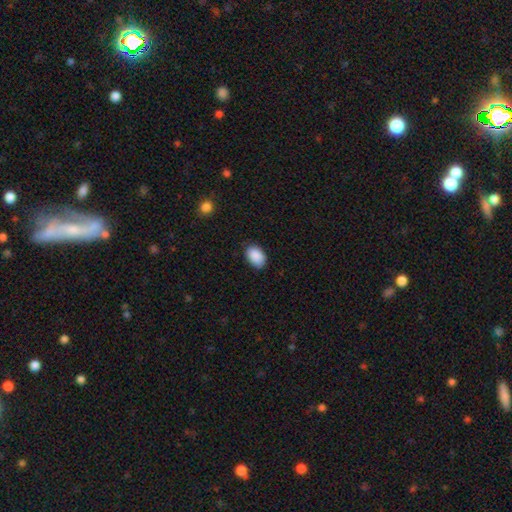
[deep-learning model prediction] This appears to be a smooth galaxy with no disk features (90%) that is in between round and cigar-shaped (86%). Merging: none (82%).